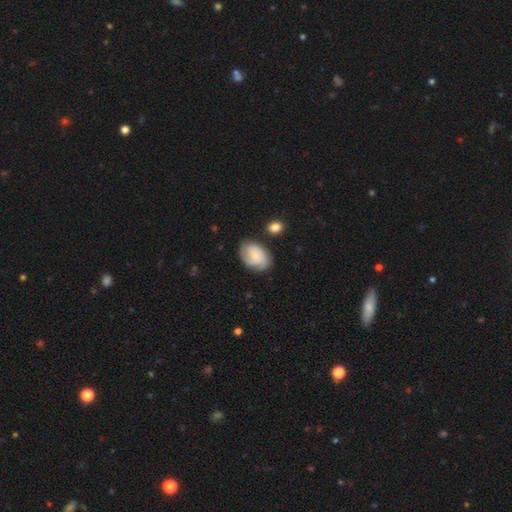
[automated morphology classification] featured or disk 51%, smooth 42%, star or artifact 8%. Down the decision tree: edge-on disk — no (97%); merging — none (70%).